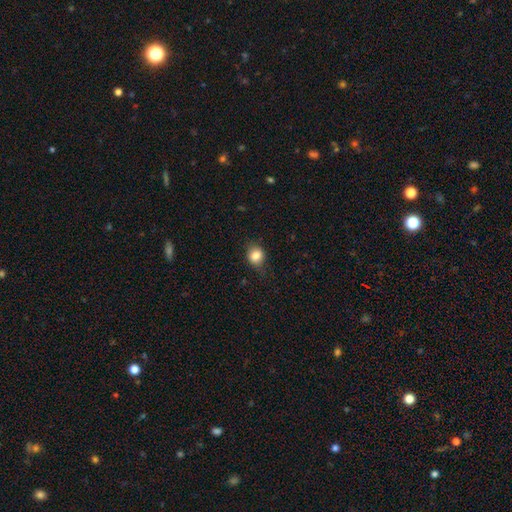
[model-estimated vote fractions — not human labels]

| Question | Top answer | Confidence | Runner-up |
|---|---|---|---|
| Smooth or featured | smooth | 83% | star or artifact (10%) |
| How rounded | round | 65% | in between (34%) |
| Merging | none | 75% | minor disturbance (20%) |